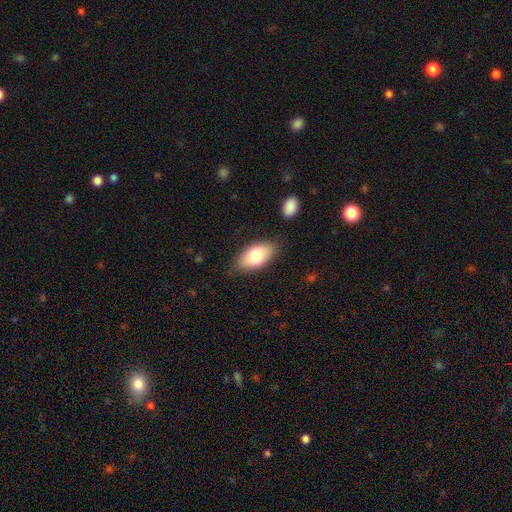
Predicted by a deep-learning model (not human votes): smooth 77%, featured or disk 16%, star or artifact 7%. Down the decision tree: how rounded — in between (93%); merging — none (80%).